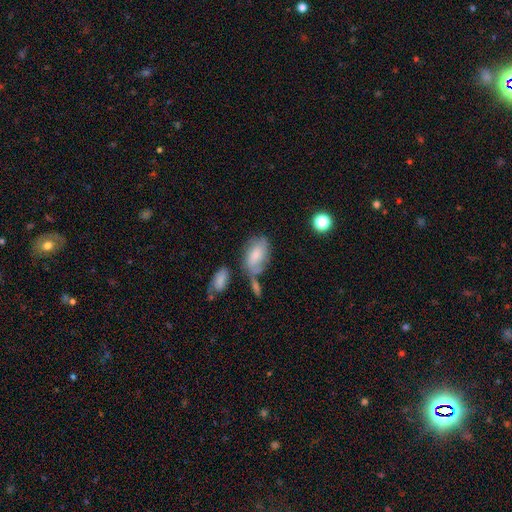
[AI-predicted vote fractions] A smooth galaxy with no disk features (67%) that is in between round and cigar-shaped (91%).

Vote fractions:
- Smooth or featured? smooth: 67% / featured or disk: 26% / star or artifact: 7%
- How rounded? in between: 91% / round: 6% / cigar-shaped: 3%
- Merging? none: 44% / minor disturbance: 23% / merger: 22% / major disturbance: 11%